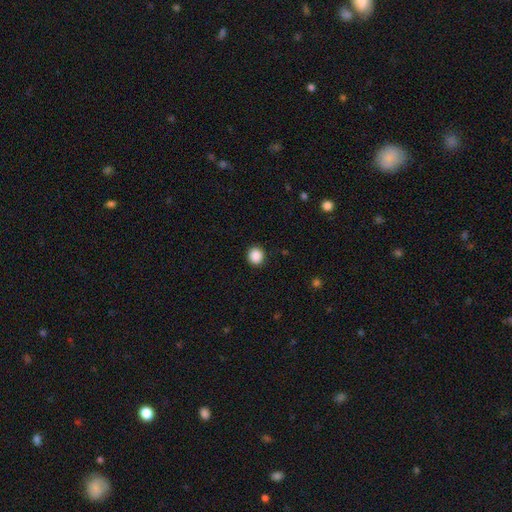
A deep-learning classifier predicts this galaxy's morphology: A smooth galaxy with no disk features (88%) that is round (90%).

Vote fractions:
- Smooth or featured? smooth: 88% / star or artifact: 9% / featured or disk: 2%
- How rounded? round: 90% / in between: 9% / cigar-shaped: 1%
- Merging? none: 92% / minor disturbance: 5% / major disturbance: 2% / merger: 1%